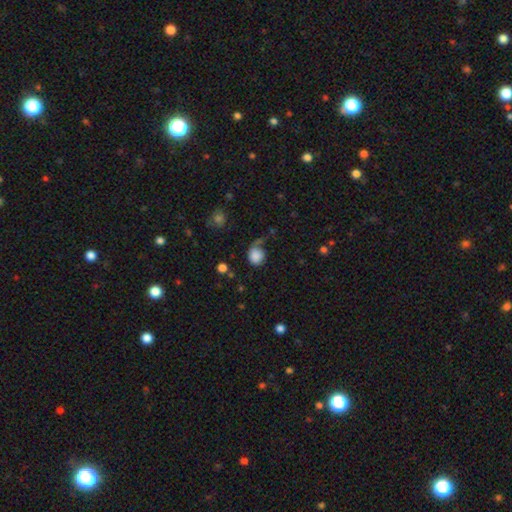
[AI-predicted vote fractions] The model was most divided on "merging": none: 46%, minor disturbance: 28%, major disturbance: 20%, merger: 6%. More confident: smooth or featured — smooth (83%); how rounded — round (78%).